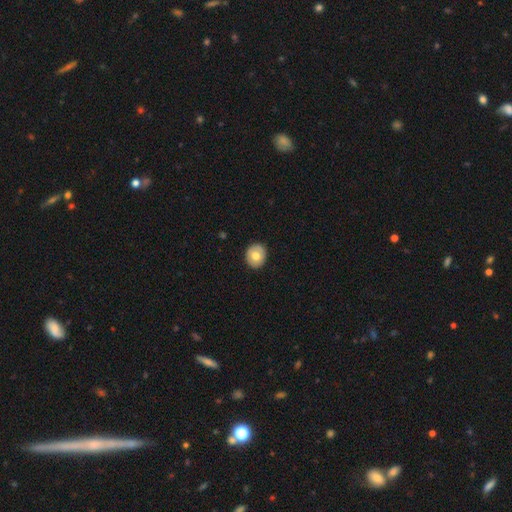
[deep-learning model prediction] Q: Smooth or featured?
A: smooth (70%); runner-up: featured or disk (22%)
Q: How rounded?
A: round (76%); runner-up: in between (23%)
Q: Merging?
A: none (89%); runner-up: minor disturbance (8%)